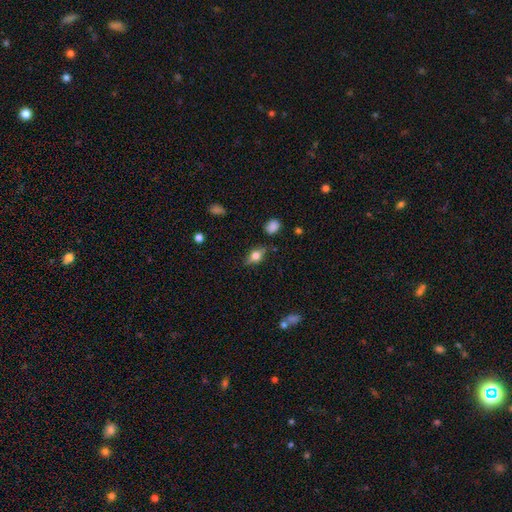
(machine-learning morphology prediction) Smooth or featured? featured or disk (48%)
Merging? none (81%)